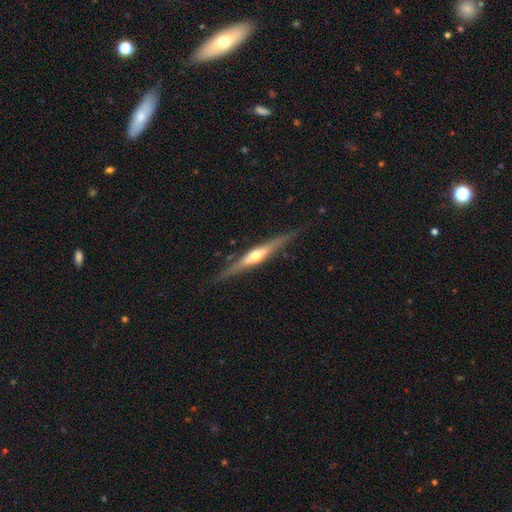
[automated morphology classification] Smooth or featured? Predicted: featured or disk (p=0.72). Edge-on disk? Predicted: yes (p=0.96). Edge-on bulge? Predicted: rounded (p=0.86). Merging? Predicted: none (p=0.83).